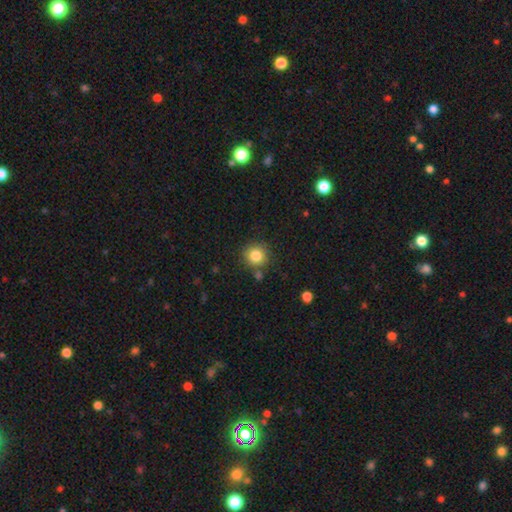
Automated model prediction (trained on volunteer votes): Smooth or featured?
  - smooth: 83% *
  - star or artifact: 11%
  - featured or disk: 7%
How rounded?
  - round: 92% *
  - in between: 7%
  - cigar-shaped: 1%
Merging?
  - none: 80% *
  - minor disturbance: 10%
  - merger: 7%
  - major disturbance: 3%